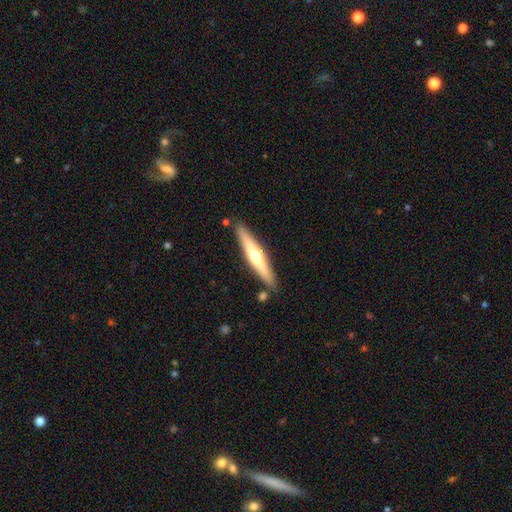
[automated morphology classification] Q: Smooth or featured?
A: featured or disk (58%); runner-up: smooth (37%)
Q: Edge-on disk?
A: yes (95%); runner-up: no (5%)
Q: Edge-on bulge?
A: rounded (89%); runner-up: none (8%)
Q: Merging?
A: none (87%); runner-up: minor disturbance (9%)